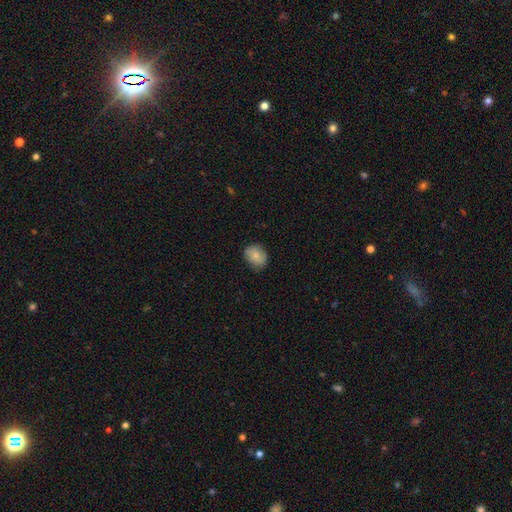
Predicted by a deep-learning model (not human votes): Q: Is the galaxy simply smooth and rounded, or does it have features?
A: smooth — 81%.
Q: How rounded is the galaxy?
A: round — 57%.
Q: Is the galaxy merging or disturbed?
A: none — 79%.